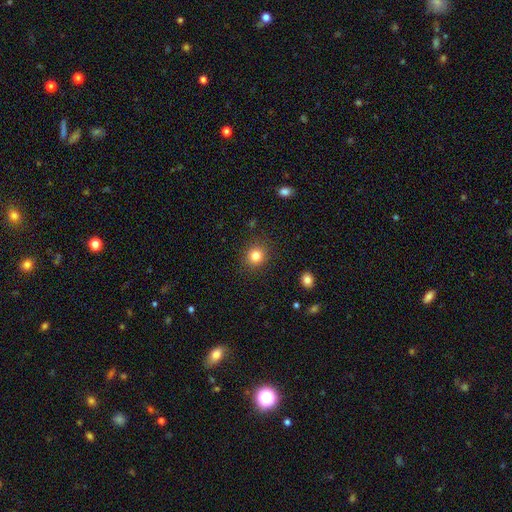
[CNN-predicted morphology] smooth 83%, star or artifact 11%, featured or disk 6%. Down the decision tree: how rounded — round (85%); merging — none (88%).